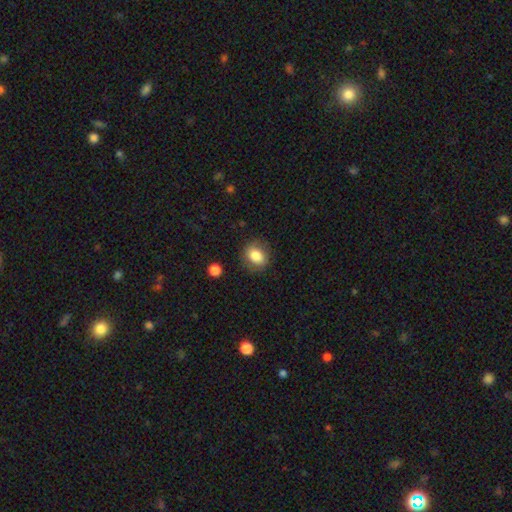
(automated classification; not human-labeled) Morphology: type=smooth (82%); roundness=round (50%); merging=none (81%).